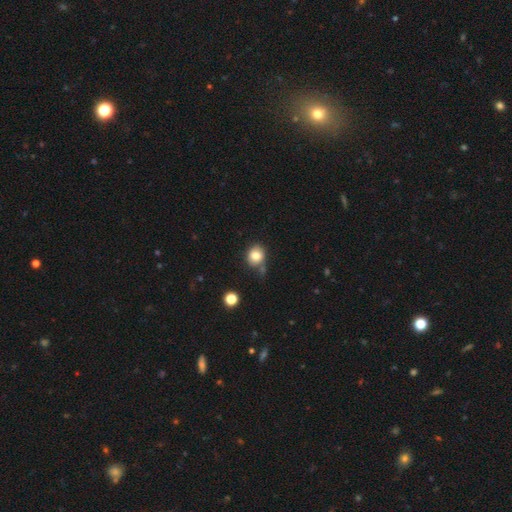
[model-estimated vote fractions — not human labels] smooth-or-featured: smooth: 82% | star or artifact: 11% | featured or disk: 8%
  how-rounded: round: 72% | in between: 27% | cigar-shaped: 1%
  merging: none: 64% | minor disturbance: 19% | merger: 11% | major disturbance: 5%